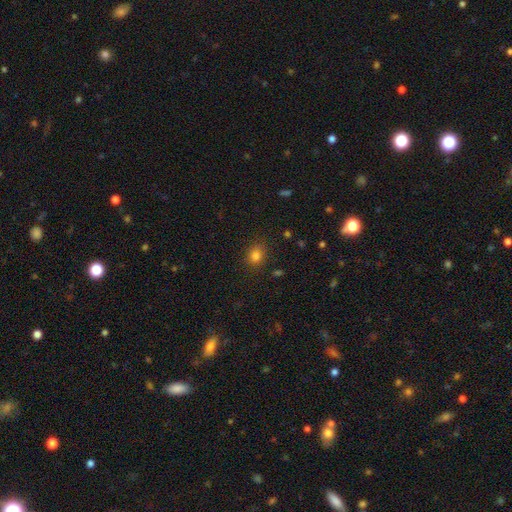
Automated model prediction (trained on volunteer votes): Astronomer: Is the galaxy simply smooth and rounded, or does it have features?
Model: smooth — 81%.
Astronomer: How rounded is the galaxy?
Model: round — 54% (runner-up: in between, 45%).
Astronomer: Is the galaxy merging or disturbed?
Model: none — 82%.